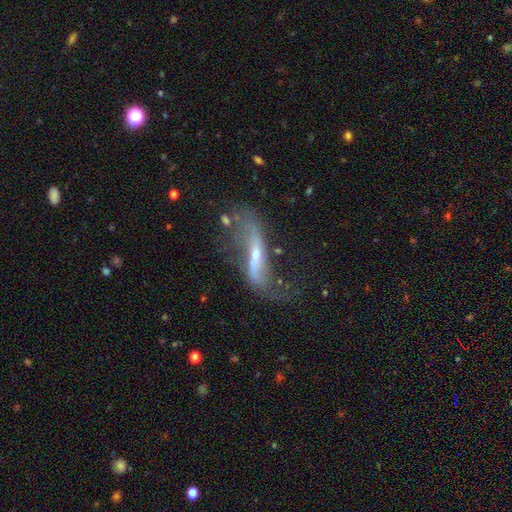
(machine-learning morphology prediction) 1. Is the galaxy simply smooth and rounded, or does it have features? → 80% featured or disk, 13% smooth, 7% star or artifact.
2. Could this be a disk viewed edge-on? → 78% no, 22% yes.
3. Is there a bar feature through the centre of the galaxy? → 43% strong, 31% no, 26% weak.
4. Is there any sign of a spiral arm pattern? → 85% yes, 15% no.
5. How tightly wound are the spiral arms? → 90% loose, 7% medium, 3% tight.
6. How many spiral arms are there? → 87% 2, 6% 1, 4% can't tell, 1% 3, 1% 4, 1% more than 4.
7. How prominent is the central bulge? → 63% small, 31% moderate, 3% none, 2% large, 1% dominant.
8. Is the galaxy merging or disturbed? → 44% none, 28% major disturbance, 21% minor disturbance, 7% merger.